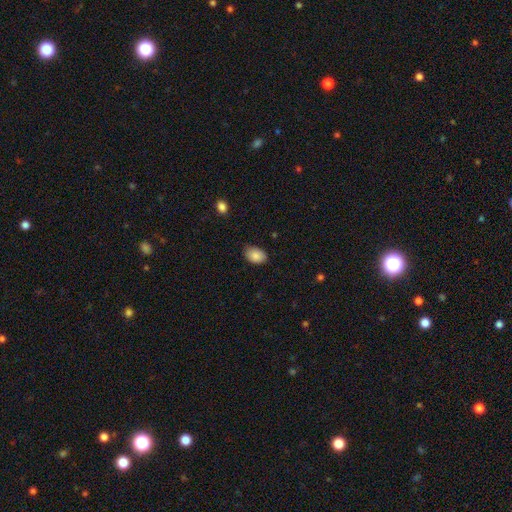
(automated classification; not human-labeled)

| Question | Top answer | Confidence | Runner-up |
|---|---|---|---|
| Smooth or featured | smooth | 86% | star or artifact (8%) |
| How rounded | in between | 84% | round (15%) |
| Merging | none | 78% | minor disturbance (19%) |